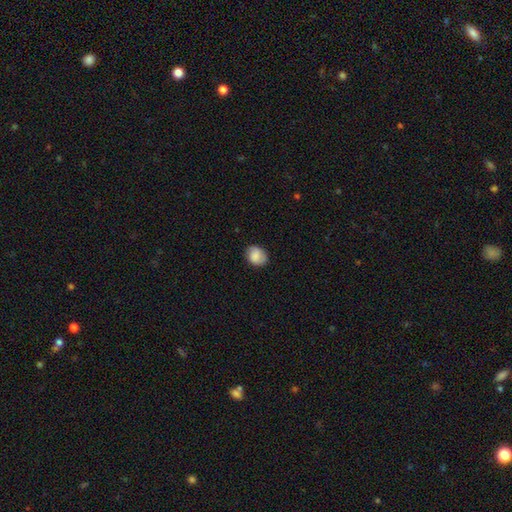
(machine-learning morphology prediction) smooth 80%, featured or disk 12%, star or artifact 8%. Down the decision tree: how rounded — round (57%); merging — none (79%).